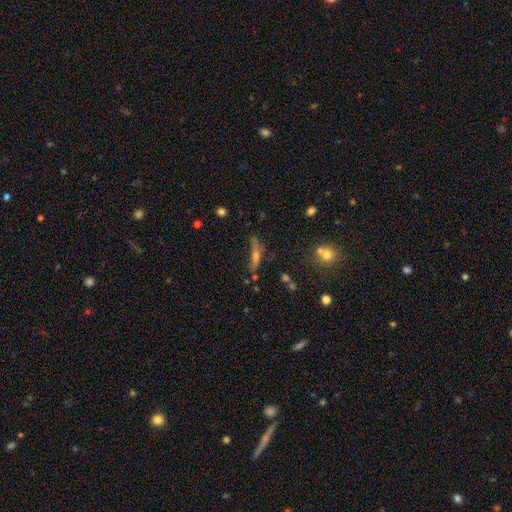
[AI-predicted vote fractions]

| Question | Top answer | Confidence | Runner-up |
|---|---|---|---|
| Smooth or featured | featured or disk | 47% | smooth (34%) |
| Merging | none | 50% | minor disturbance (24%) |